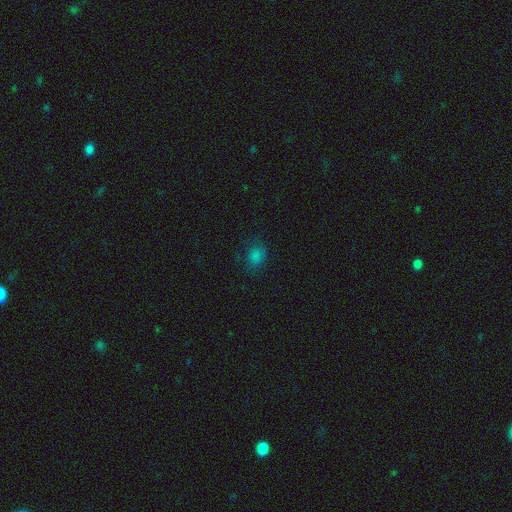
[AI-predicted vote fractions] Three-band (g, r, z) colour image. It shows a smooth galaxy with no disk features (71%) that is in between round and cigar-shaped (52%). Merging: none (74%).